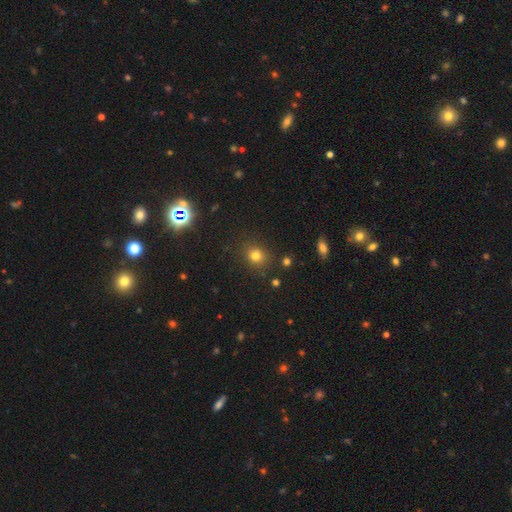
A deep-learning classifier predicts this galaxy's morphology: Q: Smooth or featured?
A: smooth (77%); runner-up: star or artifact (17%)
Q: How rounded?
A: round (76%); runner-up: in between (23%)
Q: Merging?
A: none (85%); runner-up: minor disturbance (9%)